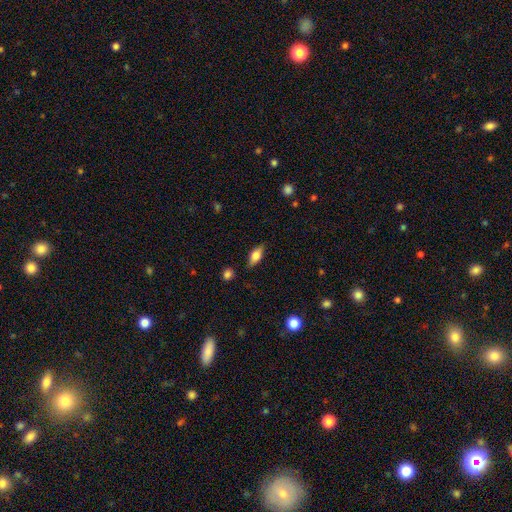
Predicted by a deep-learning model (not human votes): Smooth or featured? smooth (66%)
How rounded? in between (77%)
Merging? none (83%)